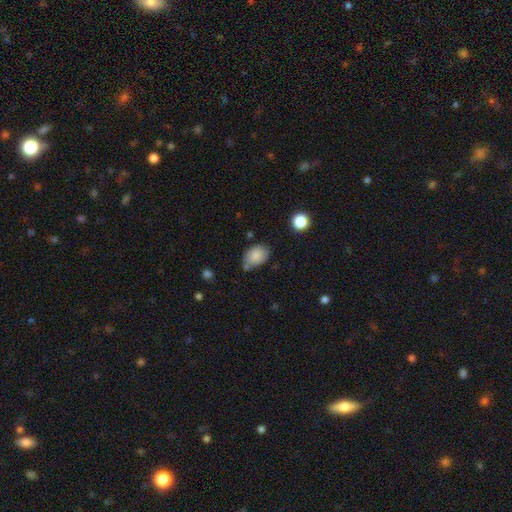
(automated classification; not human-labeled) smooth-or-featured: smooth: 84% | star or artifact: 8% | featured or disk: 8%
  how-rounded: in between: 78% | round: 21% | cigar-shaped: 1%
  merging: none: 59% | minor disturbance: 26% | merger: 9% | major disturbance: 6%